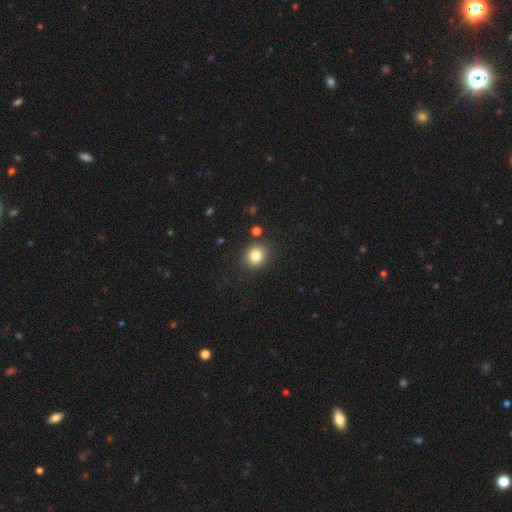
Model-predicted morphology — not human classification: A smooth galaxy with no disk features (83%) that is round (76%).

Vote fractions:
- Smooth or featured? smooth: 83% / star or artifact: 11% / featured or disk: 7%
- How rounded? round: 76% / in between: 23% / cigar-shaped: 1%
- Merging? none: 86% / minor disturbance: 8% / merger: 3% / major disturbance: 3%